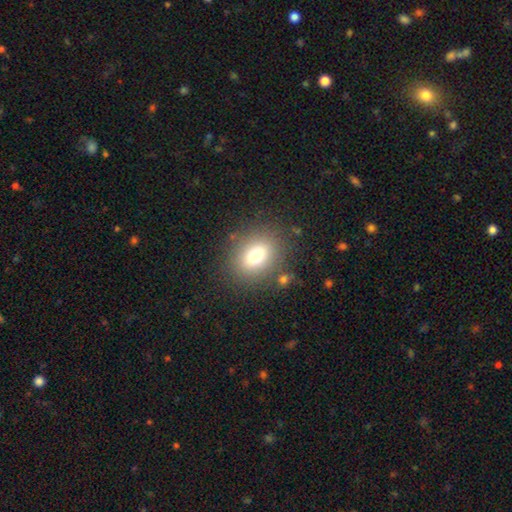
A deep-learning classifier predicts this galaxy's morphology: A smooth galaxy with no disk features (74%) that is in between round and cigar-shaped (61%).

Vote fractions:
- Smooth or featured? smooth: 74% / featured or disk: 14% / star or artifact: 12%
- How rounded? in between: 61% / round: 37% / cigar-shaped: 2%
- Merging? none: 81% / minor disturbance: 10% / major disturbance: 5% / merger: 4%